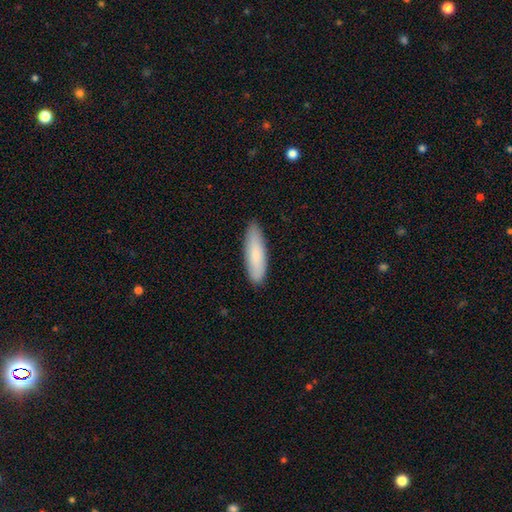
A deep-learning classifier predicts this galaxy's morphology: Overall: smooth (82%). How rounded: cigar-shaped (62%; in between 37%). Merging: none (88%).